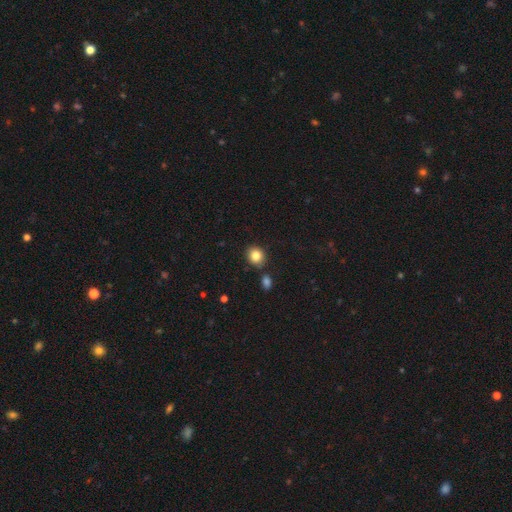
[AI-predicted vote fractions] Morphology: type=smooth (84%); roundness=round (70%); merging=none (79%).